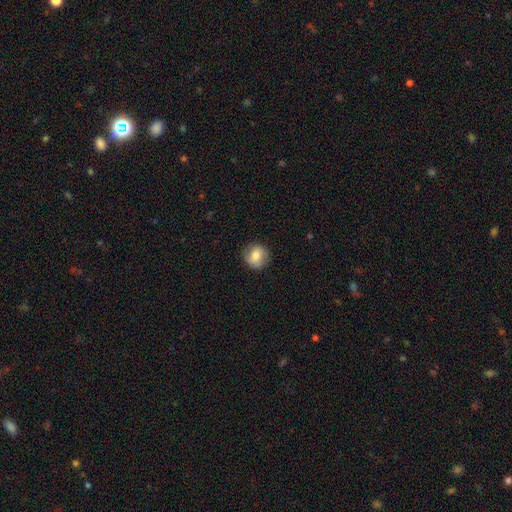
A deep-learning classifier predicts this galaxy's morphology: smooth_or_featured: smooth (p=0.70) [alt: featured or disk p=0.21]
how_rounded: round (p=0.89) [alt: in between p=0.10]
merging: none (p=0.86) [alt: minor disturbance p=0.10]